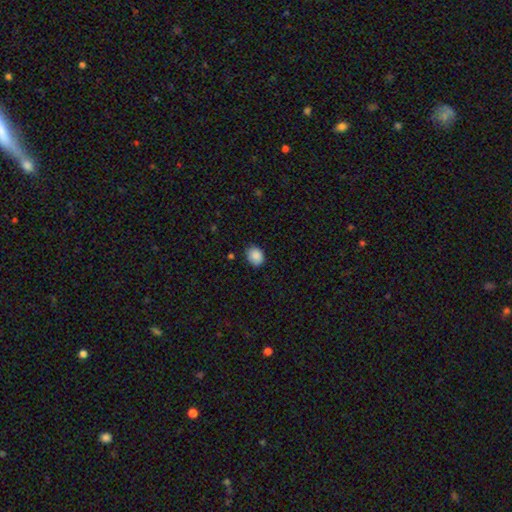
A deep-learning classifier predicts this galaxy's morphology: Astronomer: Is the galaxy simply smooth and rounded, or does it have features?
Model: smooth — 88%.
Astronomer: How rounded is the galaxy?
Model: round — 50% (runner-up: in between, 49%).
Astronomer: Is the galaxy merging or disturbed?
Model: none — 82%.